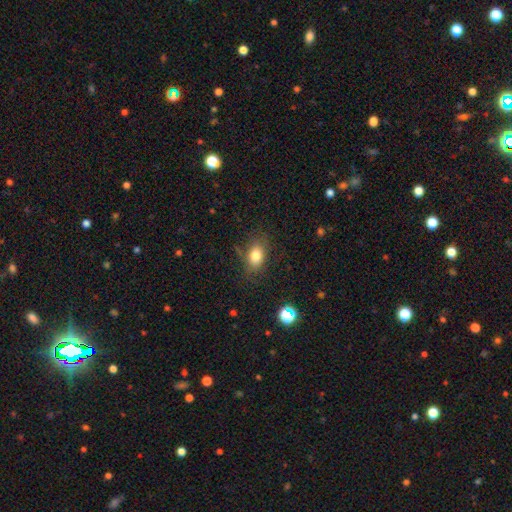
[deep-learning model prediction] smooth 79%, star or artifact 11%, featured or disk 10%. Down the decision tree: how rounded — in between (82%); merging — none (75%).